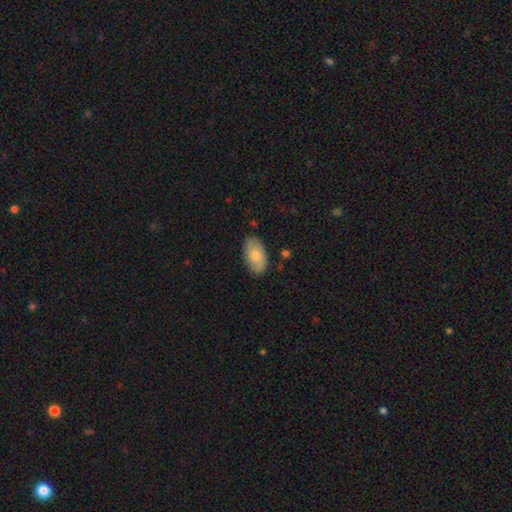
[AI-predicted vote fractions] A smooth galaxy with no disk features (75%) that is in between round and cigar-shaped (94%). Merging: none (81%).